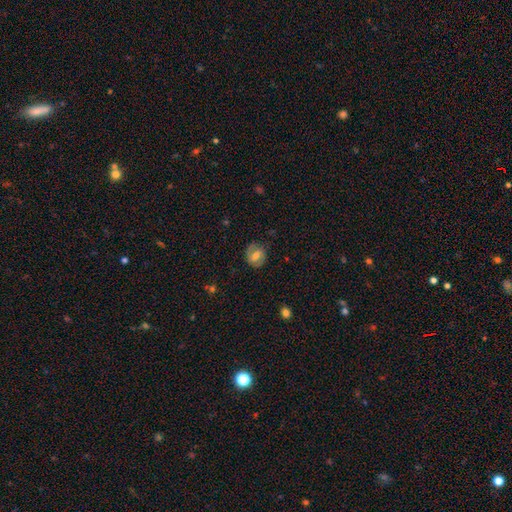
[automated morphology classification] smooth-or-featured: featured or disk: 48% | smooth: 44% | star or artifact: 8%
  merging: none: 76% | minor disturbance: 17% | major disturbance: 6% | merger: 1%